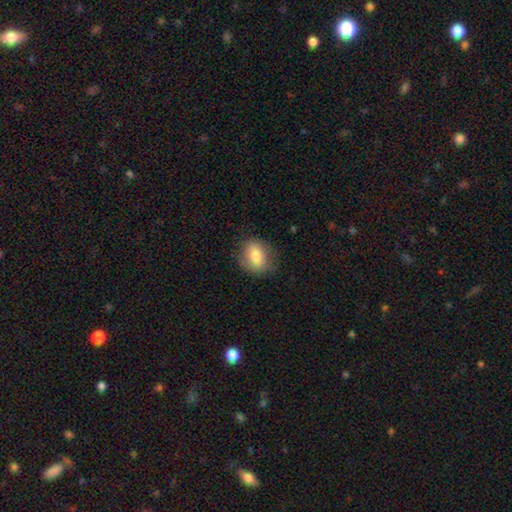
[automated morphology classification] smooth-or-featured: smooth: 74% | featured or disk: 18% | star or artifact: 8%
  how-rounded: in between: 56% | round: 42% | cigar-shaped: 2%
  merging: none: 79% | minor disturbance: 16% | major disturbance: 4% | merger: 1%